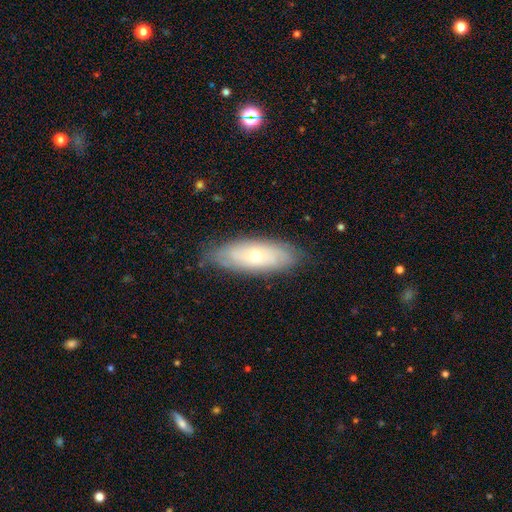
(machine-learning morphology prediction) smooth_or_featured: featured or disk (p=0.56) [alt: smooth p=0.37]
disk_edge_on: no (p=0.81) [alt: yes p=0.19]
merging: none (p=0.80) [alt: minor disturbance p=0.15]